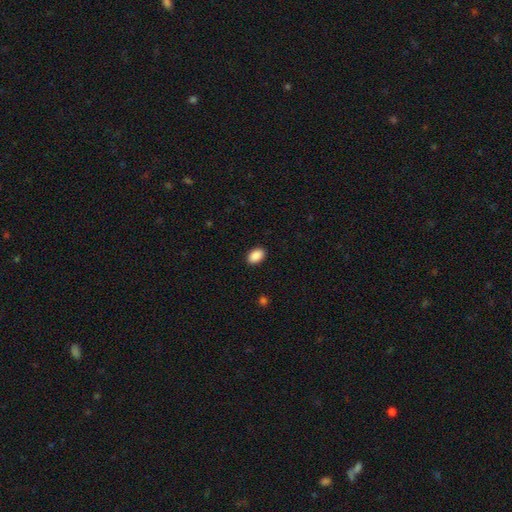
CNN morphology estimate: This is clearly a smooth galaxy (90%). How rounded: clearly in between (87%). Merging: clearly none (90%).